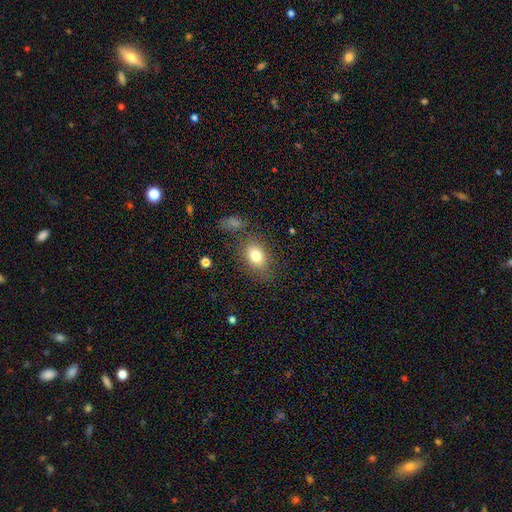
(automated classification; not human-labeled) A smooth galaxy with no disk features (80%) that is in between round and cigar-shaped (72%). Merging: none (76%).